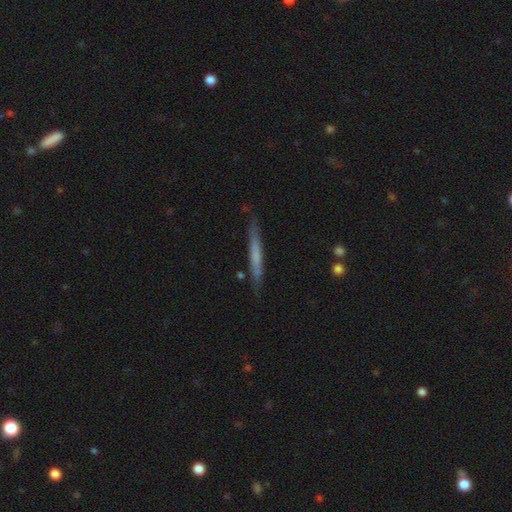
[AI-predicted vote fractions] Q: Smooth or featured?
A: smooth (48%); runner-up: featured or disk (46%)
Q: Merging?
A: none (82%); runner-up: minor disturbance (13%)